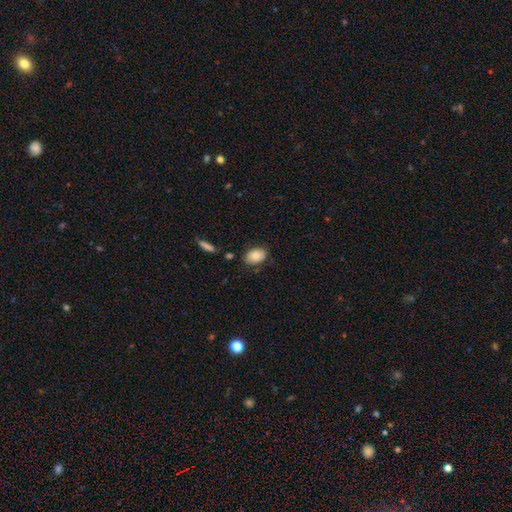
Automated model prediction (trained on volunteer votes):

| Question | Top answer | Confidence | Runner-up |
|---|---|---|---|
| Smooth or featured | smooth | 79% | featured or disk (14%) |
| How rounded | in between | 86% | round (12%) |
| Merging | none | 79% | minor disturbance (14%) |